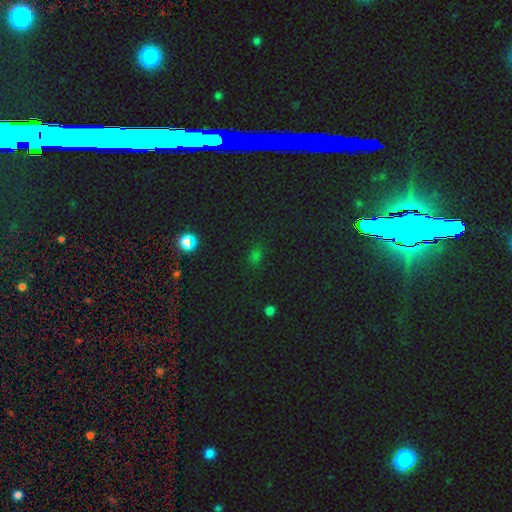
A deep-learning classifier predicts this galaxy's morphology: Smooth or featured? Predicted: star or artifact (p=0.48).